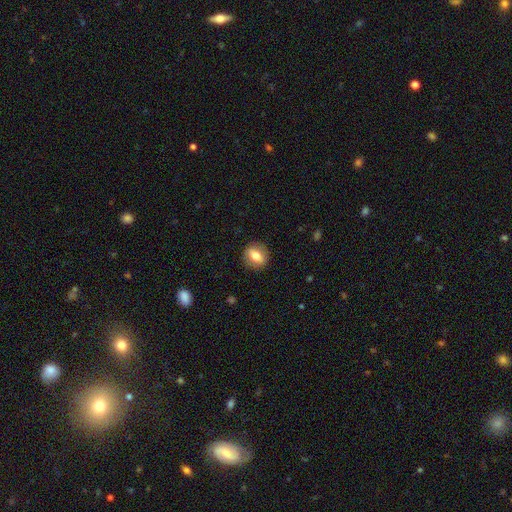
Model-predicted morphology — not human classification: type=smooth (71%); roundness=round (51%); merging=none (87%).